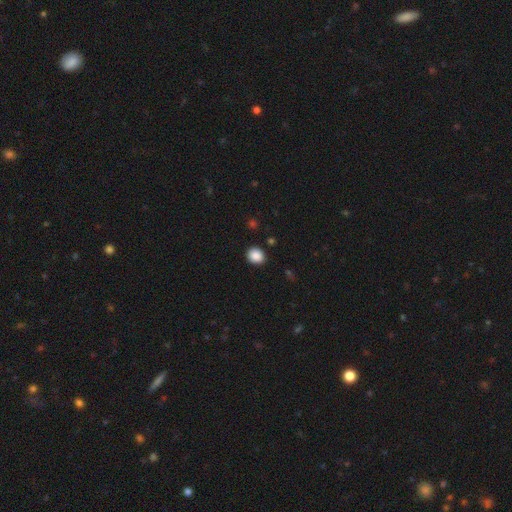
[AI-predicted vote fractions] Q: Smooth or featured?
A: smooth (88%); runner-up: star or artifact (9%)
Q: How rounded?
A: round (70%); runner-up: in between (29%)
Q: Merging?
A: none (90%); runner-up: minor disturbance (7%)